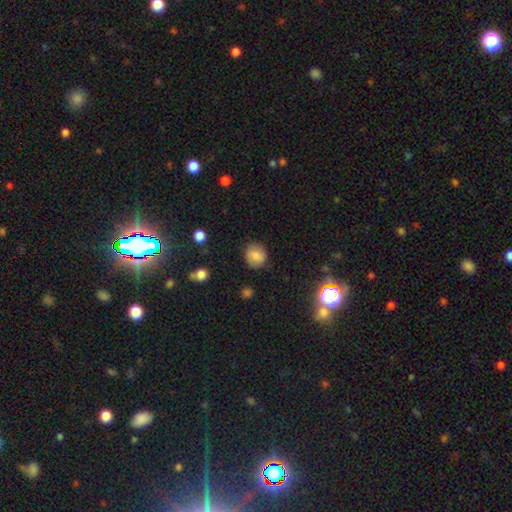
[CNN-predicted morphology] This appears to be a smooth galaxy with no disk features (83%) that is round (82%). Merging: none (84%).